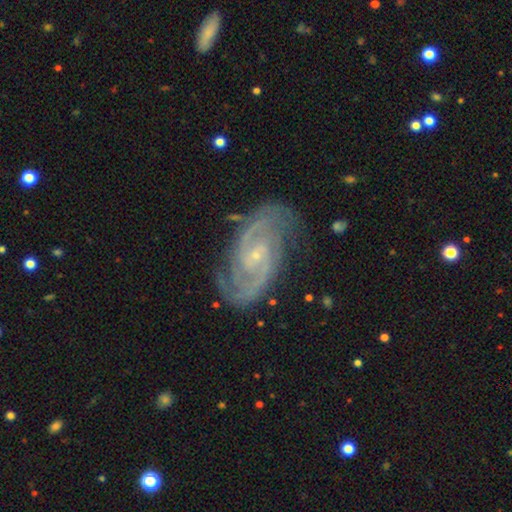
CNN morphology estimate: Smooth or featured? Predicted: featured or disk (p=0.91). Edge-on disk? Predicted: no (p=0.97). Bar? Predicted: weak (p=0.46). Spiral arms? Predicted: yes (p=0.98). Spiral winding? Predicted: medium (p=0.47). Spiral arm count? Predicted: 2 (p=0.77). Bulge size? Predicted: small (p=0.80). Merging? Predicted: none (p=0.78).